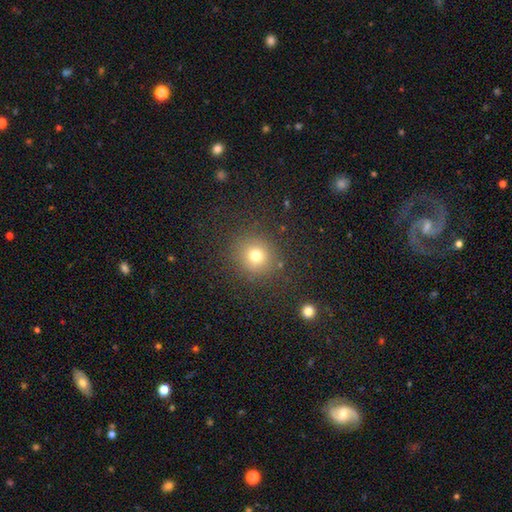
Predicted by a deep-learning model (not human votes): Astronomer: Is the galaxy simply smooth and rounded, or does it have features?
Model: smooth — 75%.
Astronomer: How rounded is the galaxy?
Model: round — 88%.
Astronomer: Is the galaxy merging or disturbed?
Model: none — 86%.